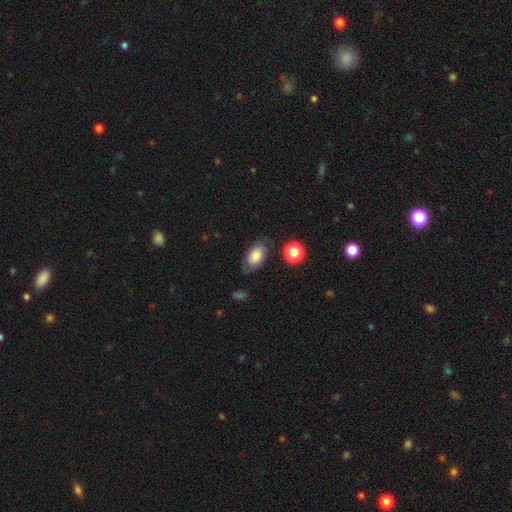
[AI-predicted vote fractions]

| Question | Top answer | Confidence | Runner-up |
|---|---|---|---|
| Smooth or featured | smooth | 71% | featured or disk (20%) |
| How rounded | in between | 88% | round (10%) |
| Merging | none | 68% | minor disturbance (21%) |